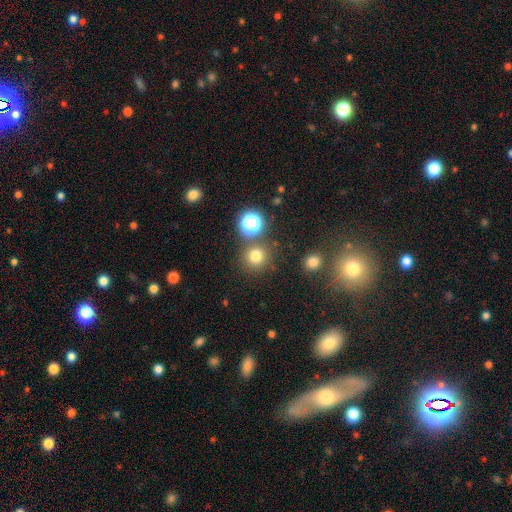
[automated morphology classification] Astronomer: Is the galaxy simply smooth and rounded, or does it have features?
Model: smooth — 73%.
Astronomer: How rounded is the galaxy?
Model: round — 92%.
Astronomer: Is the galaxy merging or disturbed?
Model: none — 80%.